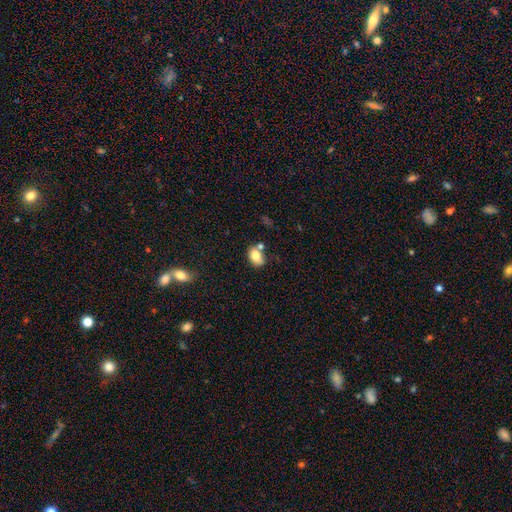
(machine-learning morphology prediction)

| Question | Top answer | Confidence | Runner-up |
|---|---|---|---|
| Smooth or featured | smooth | 77% | featured or disk (13%) |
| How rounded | in between | 75% | round (23%) |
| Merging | none | 56% | merger (21%) |